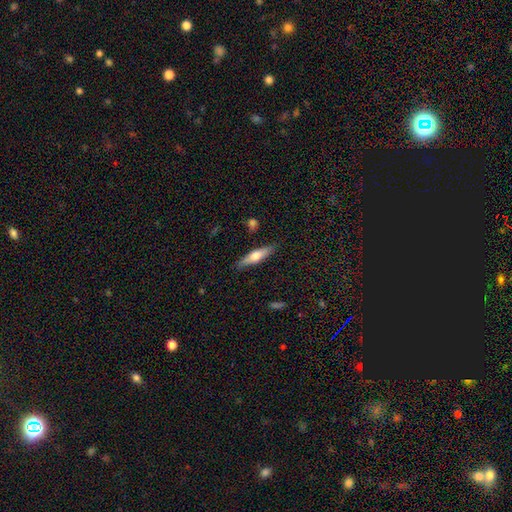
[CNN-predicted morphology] Overall: smooth (49%; featured or disk 45%). Merging: none (86%).